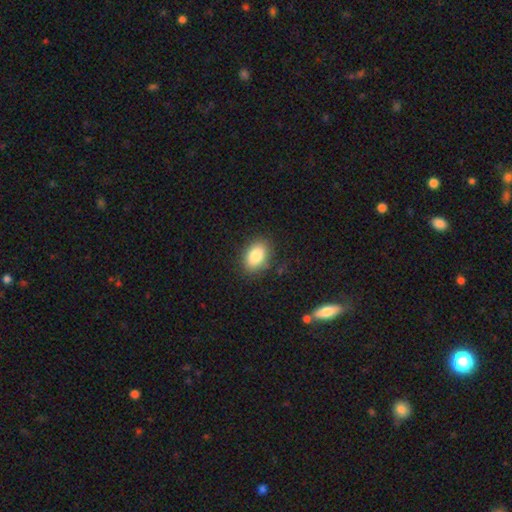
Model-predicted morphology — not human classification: Smooth or featured?
  - smooth: 84% *
  - star or artifact: 8%
  - featured or disk: 8%
How rounded?
  - in between: 86% *
  - round: 12%
  - cigar-shaped: 2%
Merging?
  - none: 83% *
  - minor disturbance: 12%
  - major disturbance: 3%
  - merger: 2%